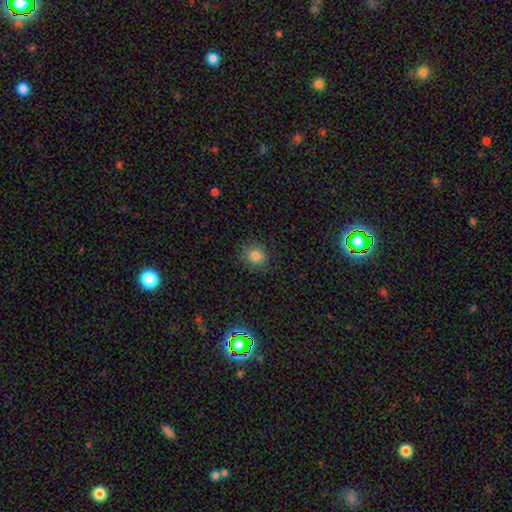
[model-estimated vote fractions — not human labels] Smooth or featured? Predicted: smooth (p=0.83). How rounded? Predicted: round (p=0.81). Merging? Predicted: none (p=0.86).